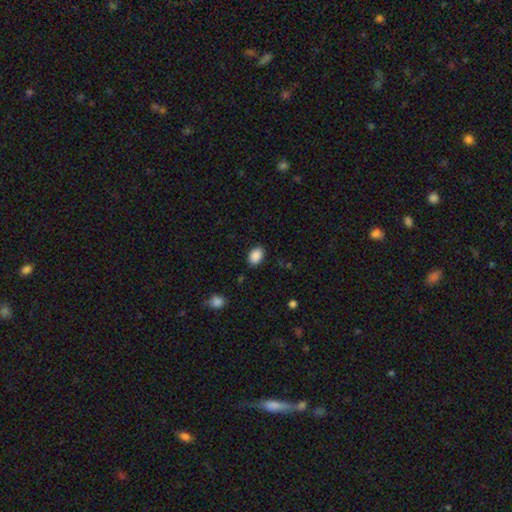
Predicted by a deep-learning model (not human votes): Overall: smooth (89%). How rounded: in between (84%). Merging: none (86%).